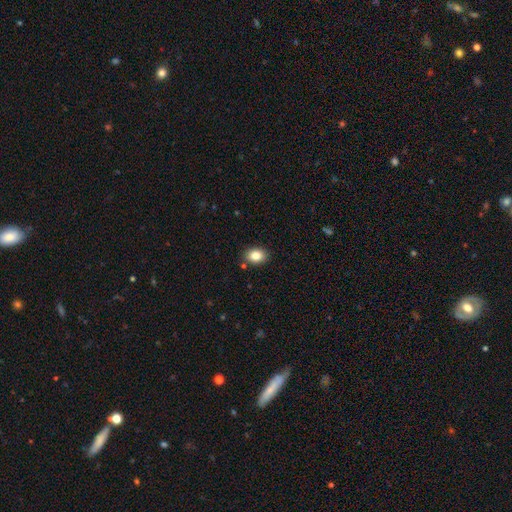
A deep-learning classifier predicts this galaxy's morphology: Overall: smooth (85%). How rounded: in between (72%). Merging: none (87%).